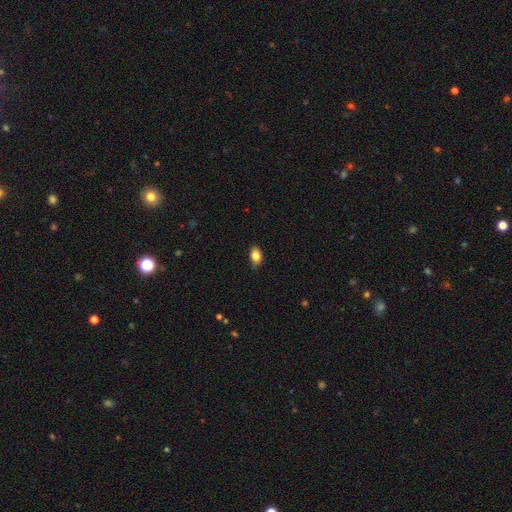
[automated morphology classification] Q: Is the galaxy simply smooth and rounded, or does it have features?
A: smooth — 86%.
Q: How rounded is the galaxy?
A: in between — 84%.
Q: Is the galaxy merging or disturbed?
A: none — 80%.